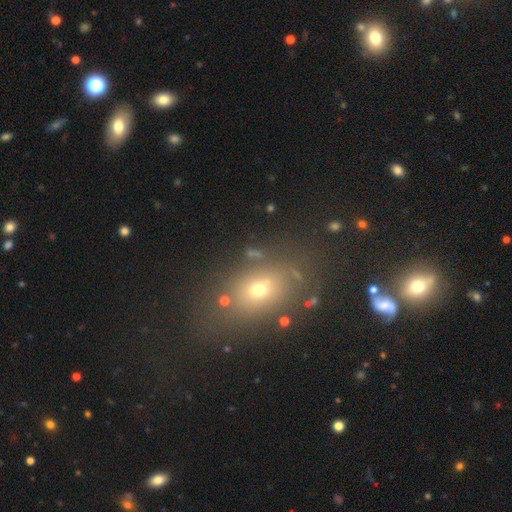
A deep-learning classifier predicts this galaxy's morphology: smooth-or-featured: smooth: 60% | star or artifact: 24% | featured or disk: 16%
  how-rounded: in between: 64% | round: 33% | cigar-shaped: 3%
  merging: none: 71% | minor disturbance: 14% | major disturbance: 8% | merger: 7%